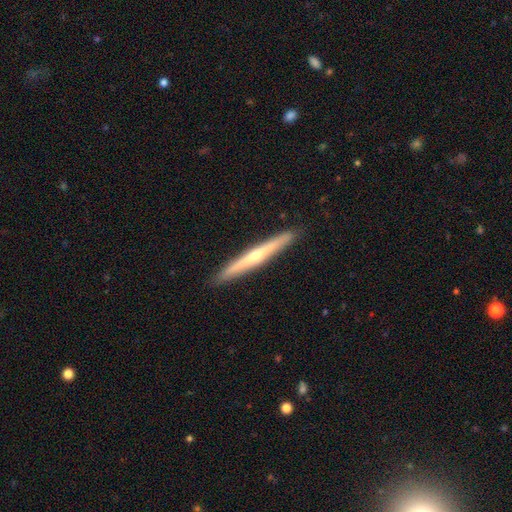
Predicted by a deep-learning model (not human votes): Morphology: type=featured or disk (64%); edge-on=yes (97%); edge-on bulge=rounded (74%); merging=none (92%).